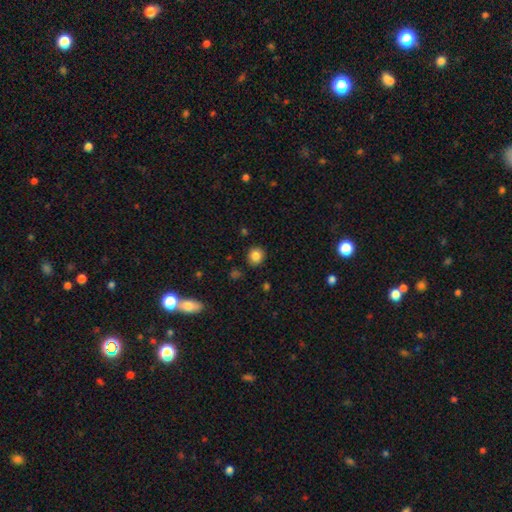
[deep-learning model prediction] Overall: smooth (84%). How rounded: round (85%). Merging: none (89%).